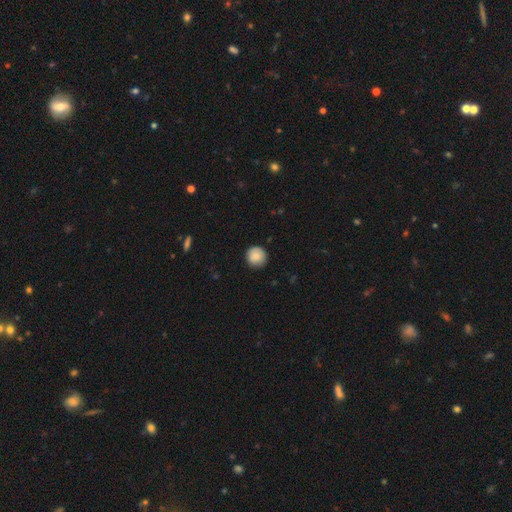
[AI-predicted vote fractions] A smooth galaxy with no disk features (84%) that is round (95%).

Vote fractions:
- Smooth or featured? smooth: 84% / featured or disk: 8% / star or artifact: 8%
- How rounded? round: 95% / in between: 4% / cigar-shaped: 1%
- Merging? none: 88% / minor disturbance: 9% / major disturbance: 2% / merger: 1%